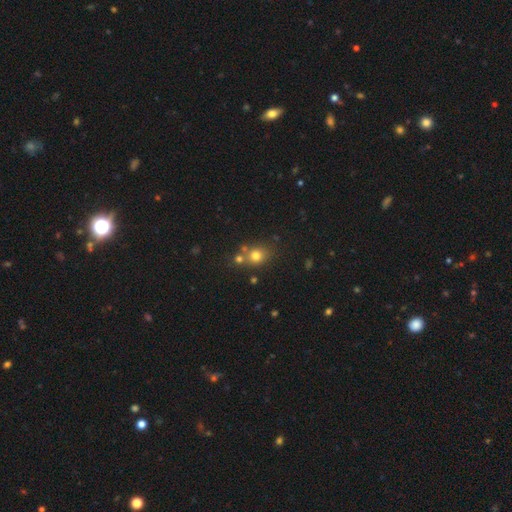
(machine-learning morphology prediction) smooth_or_featured: smooth (p=0.74) [alt: star or artifact p=0.16]
how_rounded: round (p=0.73) [alt: in between p=0.26]
merging: none (p=0.60) [alt: merger p=0.25]